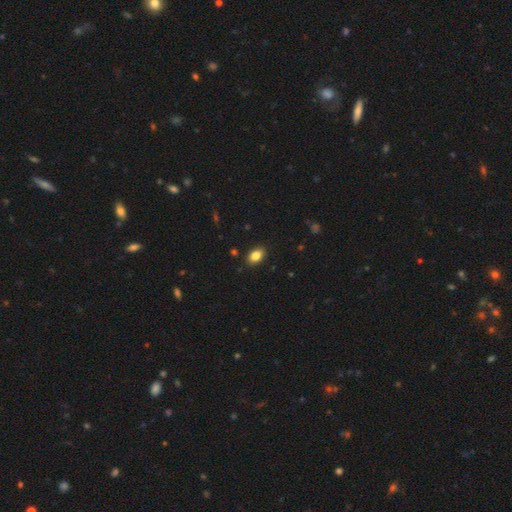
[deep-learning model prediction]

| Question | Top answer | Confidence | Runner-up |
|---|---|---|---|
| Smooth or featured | smooth | 85% | star or artifact (9%) |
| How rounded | in between | 87% | round (12%) |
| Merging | none | 89% | minor disturbance (8%) |